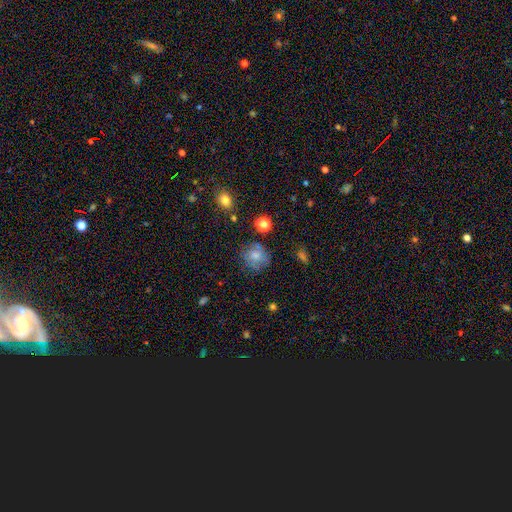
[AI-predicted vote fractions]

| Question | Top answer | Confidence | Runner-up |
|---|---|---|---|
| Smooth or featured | smooth | 72% | featured or disk (16%) |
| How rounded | round | 83% | in between (16%) |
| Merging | none | 69% | minor disturbance (19%) |